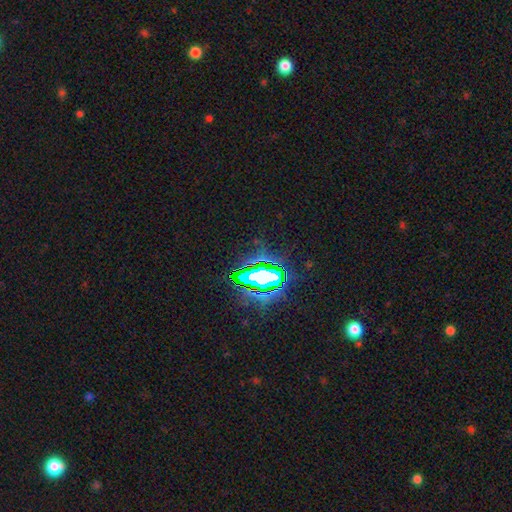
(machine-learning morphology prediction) This is likely a star or artifact rather than a galaxy (75%).